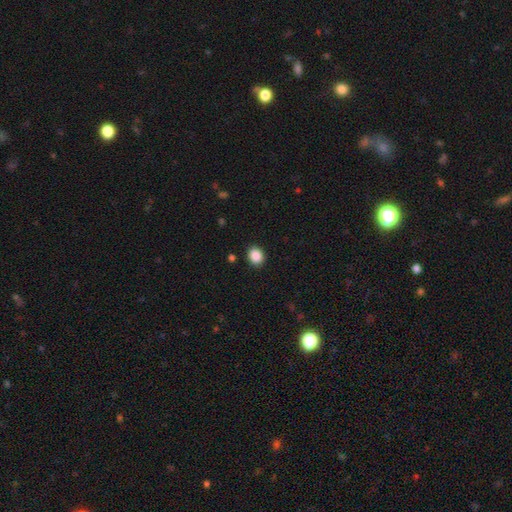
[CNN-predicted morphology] Smooth or featured: smooth — 88% (star or artifact — 9%)
How rounded: round — 58% (in between — 41%)
Merging: none — 90% (minor disturbance — 6%)